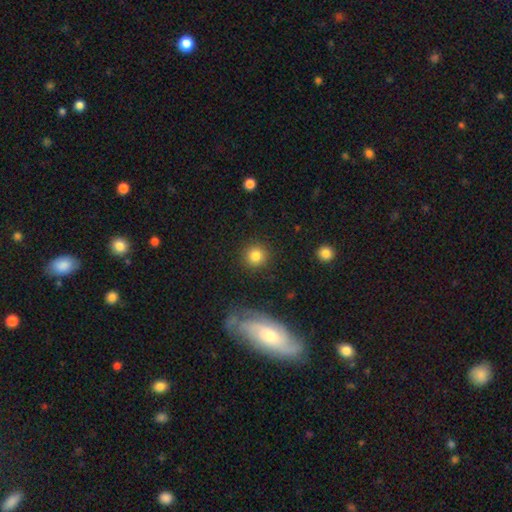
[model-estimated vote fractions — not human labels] smooth 83%, star or artifact 10%, featured or disk 7%. Down the decision tree: how rounded — round (92%); merging — none (89%).